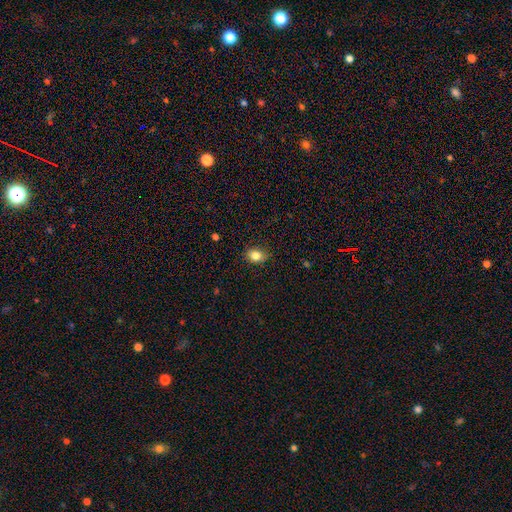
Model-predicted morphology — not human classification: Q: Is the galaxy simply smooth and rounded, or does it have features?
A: smooth — 83%.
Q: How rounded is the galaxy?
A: in between — 58%.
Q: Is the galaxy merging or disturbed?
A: none — 84%.